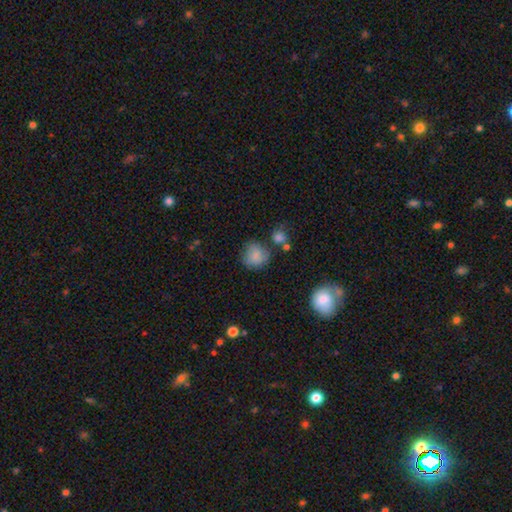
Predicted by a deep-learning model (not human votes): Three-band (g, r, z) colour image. It shows a smooth galaxy with no disk features (81%) that is round (83%). Merging: none (65%).